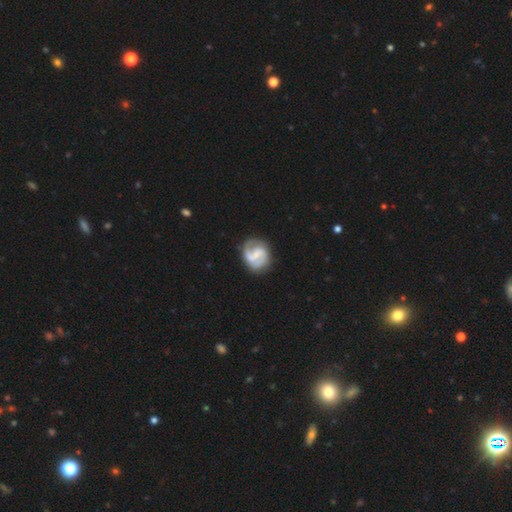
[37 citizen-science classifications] smooth-or-featured: featured or disk: 92% | smooth: 8% | star or artifact: 0%
  disk-edge-on: no: 94% | yes: 6%
    bar: weak: 69% | strong: 19% | no: 12%
    has-spiral-arms: yes: 97% | no: 3%
      spiral-winding: medium: 71% | tight: 19% | loose: 10%
      spiral-arm-count: 2: 84% | 1: 6% | can't tell: 6% | 3: 3% | 4: 0% | more than 4: 0%
    bulge-size: small: 47% | none: 38% | moderate: 16% | dominant: 0% | large: 0%
  merging: none: 65% | major disturbance: 19% | minor disturbance: 14% | merger: 3%